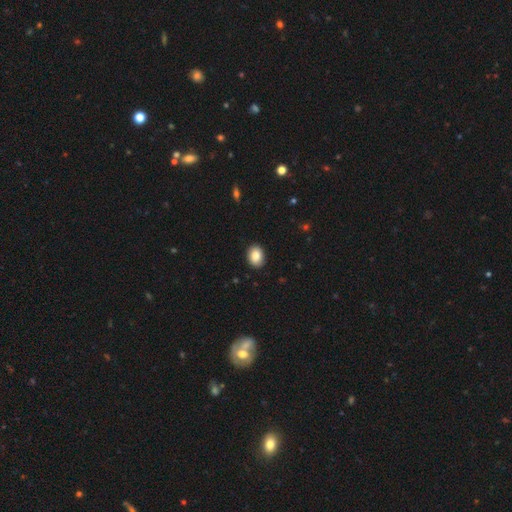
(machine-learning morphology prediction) Smooth or featured: smooth — 85% (star or artifact — 8%)
How rounded: in between — 68% (round — 31%)
Merging: none — 90% (minor disturbance — 7%)